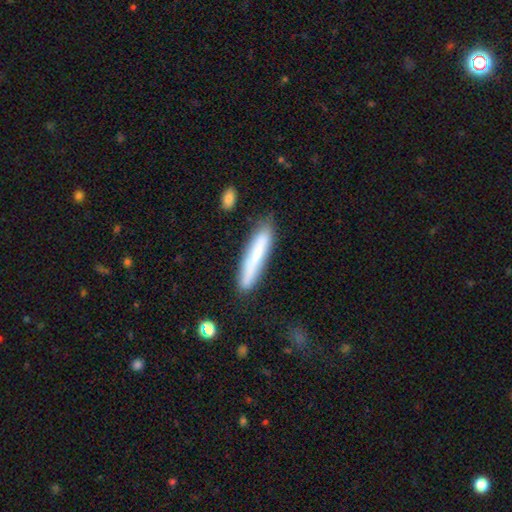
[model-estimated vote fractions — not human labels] Smooth or featured? Predicted: smooth (p=0.68). How rounded? Predicted: cigar-shaped (p=0.90). Merging? Predicted: none (p=0.81).